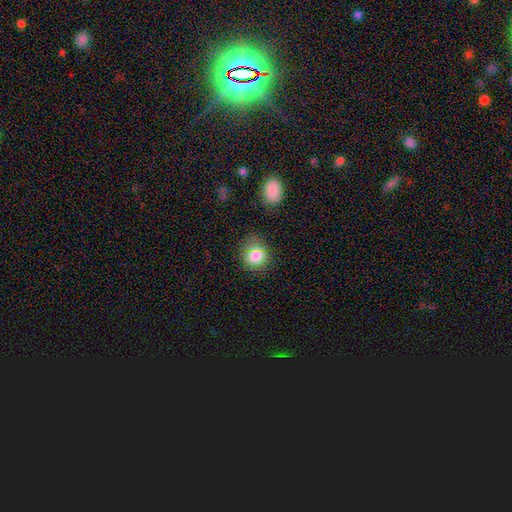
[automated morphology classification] type=smooth (82%); roundness=round (76%); merging=none (70%).